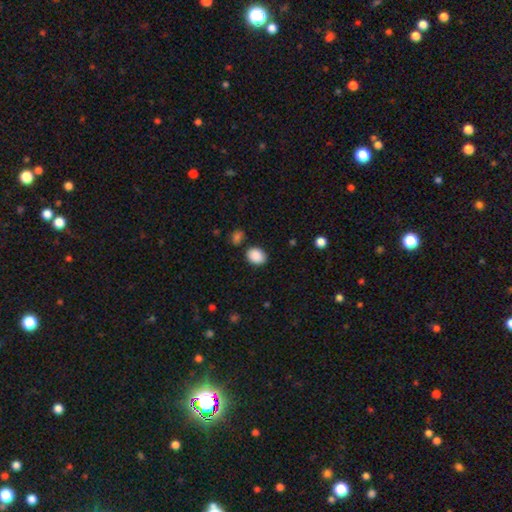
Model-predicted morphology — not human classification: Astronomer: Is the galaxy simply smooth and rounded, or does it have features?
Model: smooth — 89%.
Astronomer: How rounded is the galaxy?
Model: in between — 60% (runner-up: round, 39%).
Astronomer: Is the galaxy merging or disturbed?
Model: none — 81%.